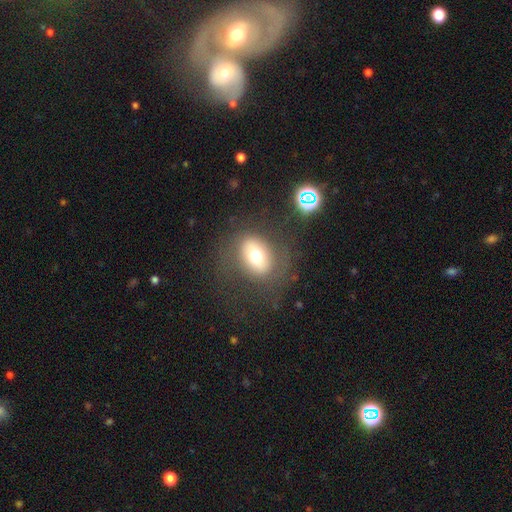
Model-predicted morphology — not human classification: smooth-or-featured: smooth: 60% | featured or disk: 28% | star or artifact: 12%
  how-rounded: in between: 61% | round: 37% | cigar-shaped: 2%
  merging: none: 74% | minor disturbance: 13% | major disturbance: 11% | merger: 2%